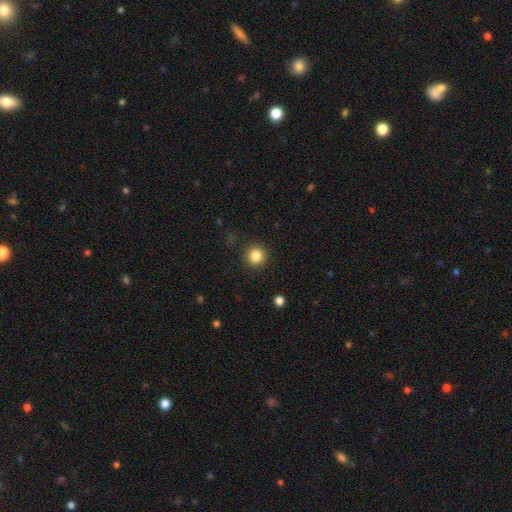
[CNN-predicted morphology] Smooth or featured? Predicted: smooth (p=0.84). How rounded? Predicted: round (p=0.95). Merging? Predicted: none (p=0.91).